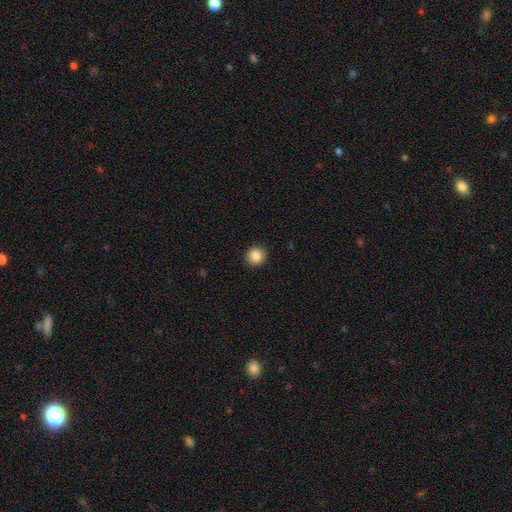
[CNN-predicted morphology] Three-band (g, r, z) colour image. It shows a smooth galaxy with no disk features (86%) that is round (91%). Merging: none (92%).